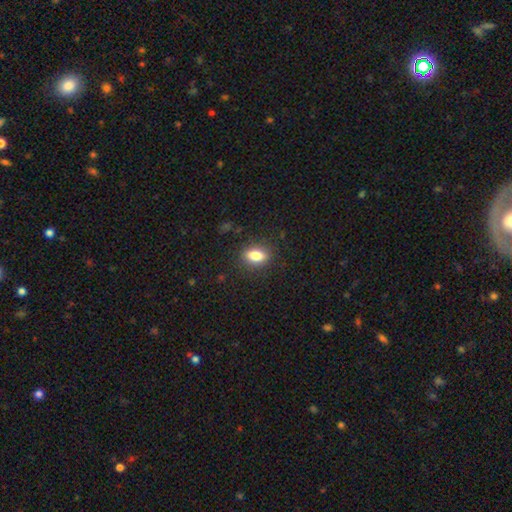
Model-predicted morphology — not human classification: A smooth galaxy with no disk features (81%) that is in between round and cigar-shaped (81%). Merging: none (86%).